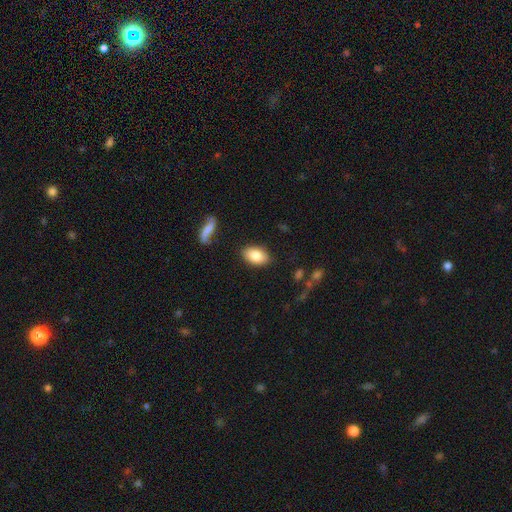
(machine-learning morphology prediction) This appears to be a smooth galaxy with no disk features (83%) that is in between round and cigar-shaped (91%). Merging: none (86%).